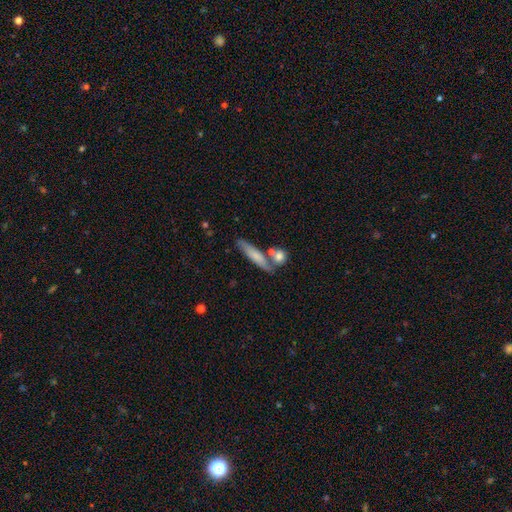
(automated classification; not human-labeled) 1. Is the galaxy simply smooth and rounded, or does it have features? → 68% smooth, 26% featured or disk, 6% star or artifact.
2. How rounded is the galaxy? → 79% cigar-shaped, 18% in between, 3% round.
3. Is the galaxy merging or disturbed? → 66% none, 17% merger, 13% minor disturbance, 4% major disturbance.